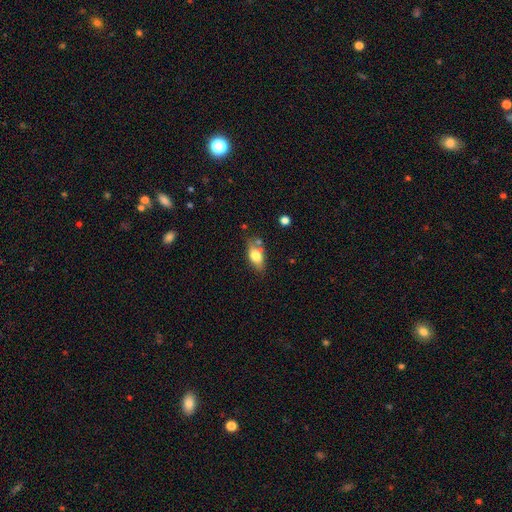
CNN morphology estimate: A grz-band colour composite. It shows a smooth galaxy with no disk features (72%) that is in between round and cigar-shaped (86%). Merging: none (67%).